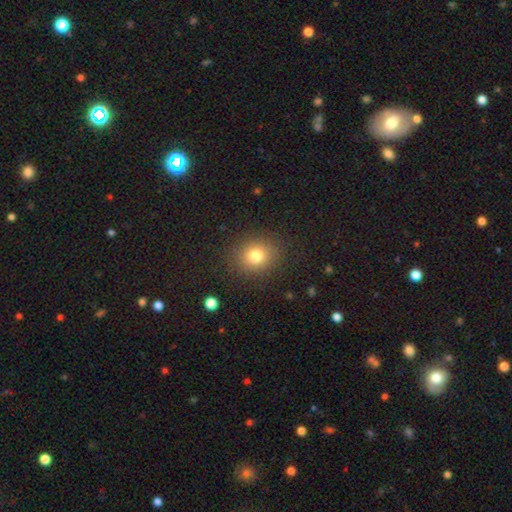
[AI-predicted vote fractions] Smooth or featured?
  - smooth: 79% *
  - star or artifact: 13%
  - featured or disk: 8%
How rounded?
  - round: 73% *
  - in between: 26%
  - cigar-shaped: 1%
Merging?
  - none: 87% *
  - minor disturbance: 8%
  - major disturbance: 4%
  - merger: 1%